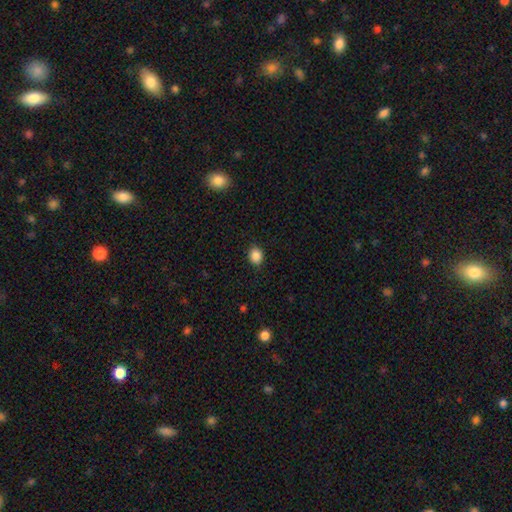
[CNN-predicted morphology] A smooth galaxy with no disk features (88%) that is round (52%).

Vote fractions:
- Smooth or featured? smooth: 88% / star or artifact: 9% / featured or disk: 3%
- How rounded? round: 52% / in between: 47% / cigar-shaped: 1%
- Merging? none: 88% / minor disturbance: 9% / major disturbance: 2% / merger: 1%